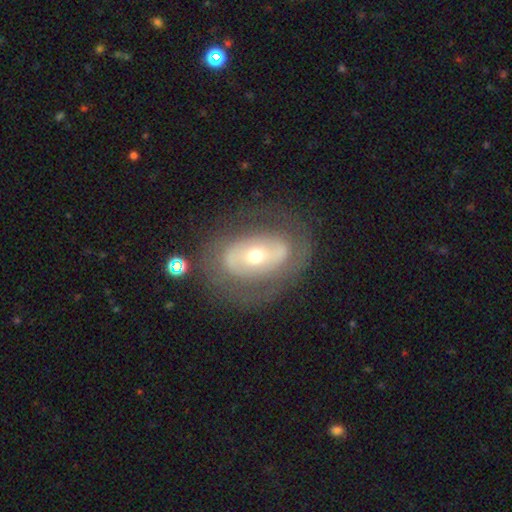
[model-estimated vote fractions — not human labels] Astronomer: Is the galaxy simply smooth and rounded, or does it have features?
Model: featured or disk — 69%.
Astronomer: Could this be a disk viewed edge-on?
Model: no — 93%.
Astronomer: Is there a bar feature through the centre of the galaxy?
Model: no — 60%.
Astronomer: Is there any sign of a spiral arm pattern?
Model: no — 60% (runner-up: yes, 40%).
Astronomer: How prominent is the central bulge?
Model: moderate — 52% (runner-up: small, 42%).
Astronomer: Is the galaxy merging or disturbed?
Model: none — 71%.